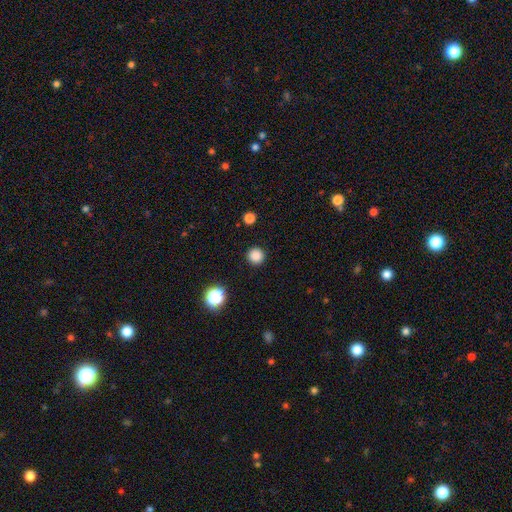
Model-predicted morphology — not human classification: Smooth or featured?
  - smooth: 85% *
  - star or artifact: 12%
  - featured or disk: 3%
How rounded?
  - round: 96% *
  - in between: 3%
  - cigar-shaped: 1%
Merging?
  - none: 92% *
  - minor disturbance: 5%
  - major disturbance: 2%
  - merger: 1%